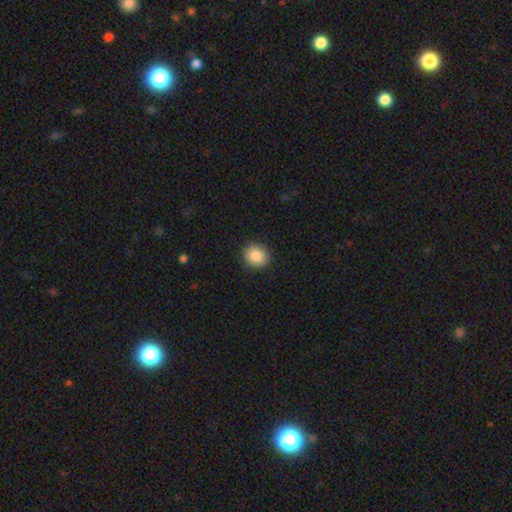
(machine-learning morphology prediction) smooth-or-featured: smooth: 88% | star or artifact: 8% | featured or disk: 4%
  how-rounded: round: 78% | in between: 21% | cigar-shaped: 1%
  merging: none: 91% | minor disturbance: 7% | major disturbance: 2% | merger: 1%